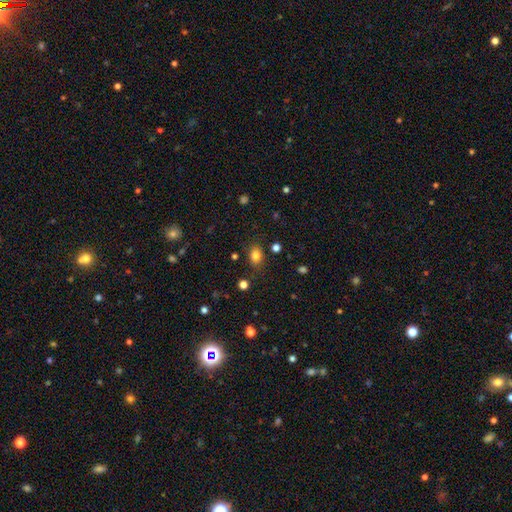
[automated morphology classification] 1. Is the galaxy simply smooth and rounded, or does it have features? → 81% smooth, 12% star or artifact, 7% featured or disk.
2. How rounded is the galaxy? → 67% in between, 32% round, 1% cigar-shaped.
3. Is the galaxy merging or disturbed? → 82% none, 12% minor disturbance, 3% major disturbance, 3% merger.